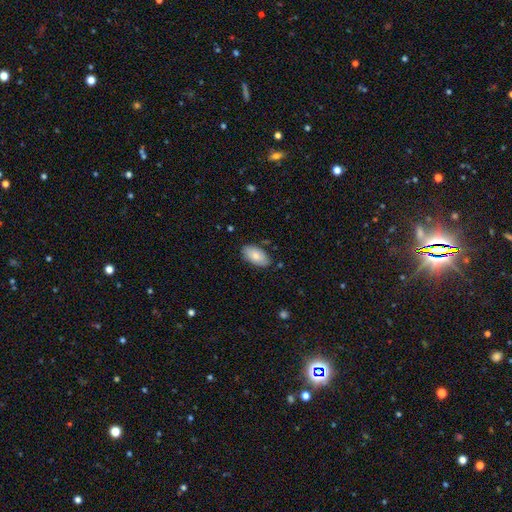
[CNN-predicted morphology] smooth 78%, featured or disk 16%, star or artifact 7%. Down the decision tree: how rounded — in between (95%); merging — none (82%).